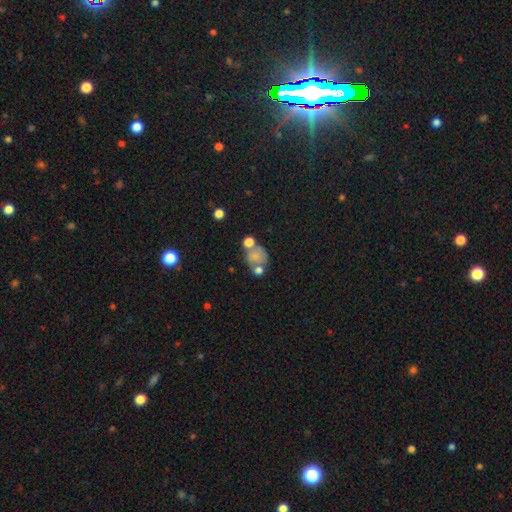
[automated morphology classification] A smooth galaxy with no disk features (58%) that is round (53%). Merging: merger (35%).